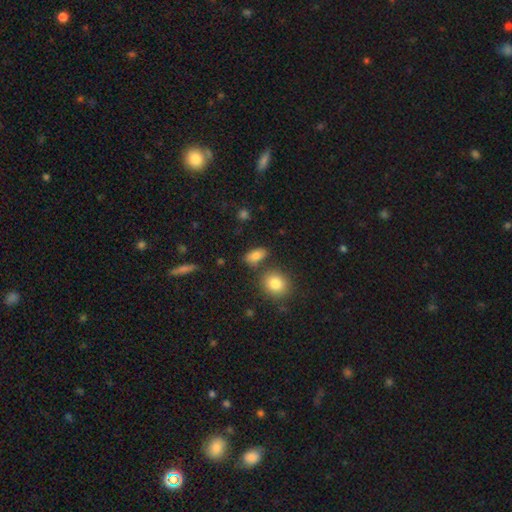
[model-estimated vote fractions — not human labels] Q: Smooth or featured?
A: smooth (82%); runner-up: star or artifact (10%)
Q: How rounded?
A: in between (86%); runner-up: round (10%)
Q: Merging?
A: none (74%); runner-up: minor disturbance (13%)